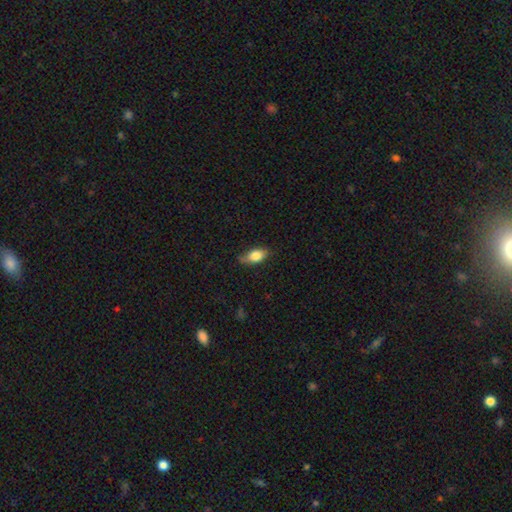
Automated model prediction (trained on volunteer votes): Q: Smooth or featured?
A: smooth (80%); runner-up: featured or disk (13%)
Q: How rounded?
A: in between (87%); runner-up: round (6%)
Q: Merging?
A: none (70%); runner-up: minor disturbance (25%)